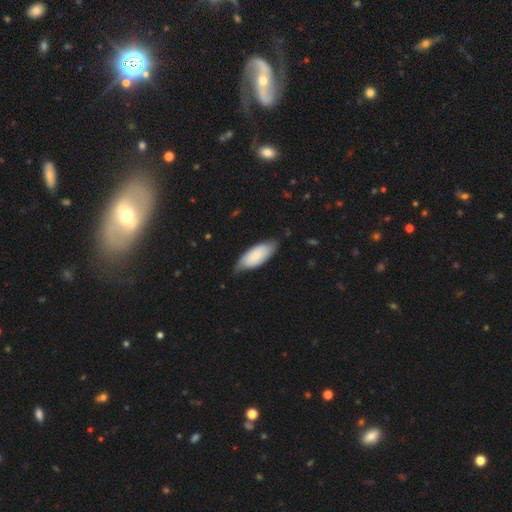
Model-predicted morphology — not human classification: smooth-or-featured: smooth: 73% | featured or disk: 21% | star or artifact: 5%
  how-rounded: in between: 85% | cigar-shaped: 13% | round: 2%
  merging: none: 62% | minor disturbance: 31% | major disturbance: 5% | merger: 2%